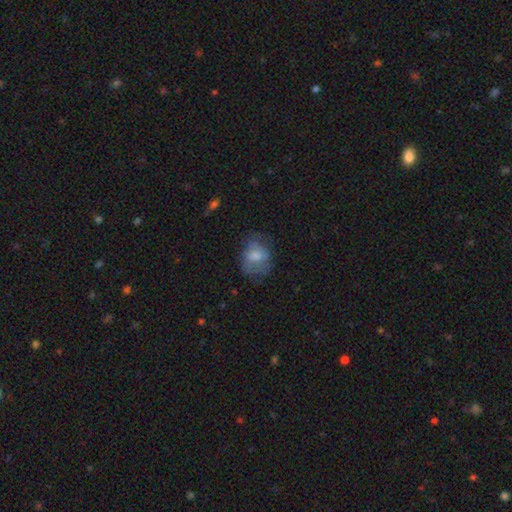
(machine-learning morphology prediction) smooth-or-featured: smooth: 61% | featured or disk: 30% | star or artifact: 9%
  how-rounded: in between: 51% | round: 48% | cigar-shaped: 1%
  merging: none: 50% | minor disturbance: 26% | major disturbance: 22% | merger: 2%